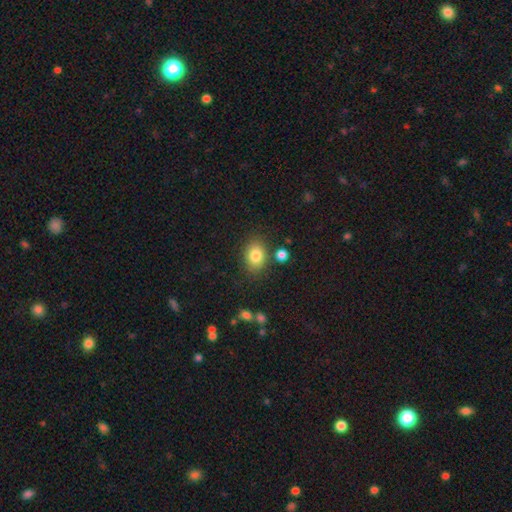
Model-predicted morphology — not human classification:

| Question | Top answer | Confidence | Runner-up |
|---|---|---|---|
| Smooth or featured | smooth | 83% | star or artifact (10%) |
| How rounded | in between | 67% | round (32%) |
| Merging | none | 79% | minor disturbance (12%) |